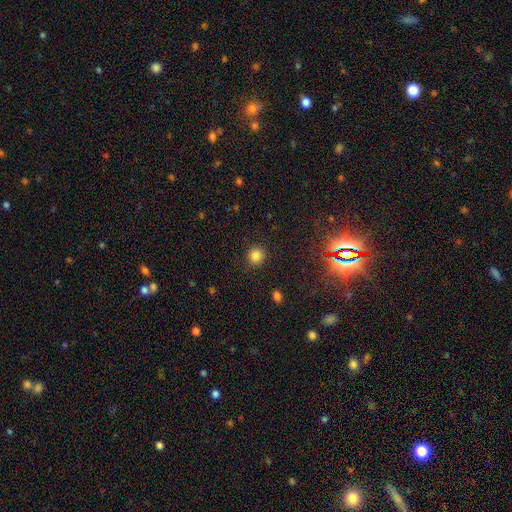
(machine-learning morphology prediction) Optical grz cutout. It shows a smooth galaxy with no disk features (83%) that is round (91%). Merging: none (90%).